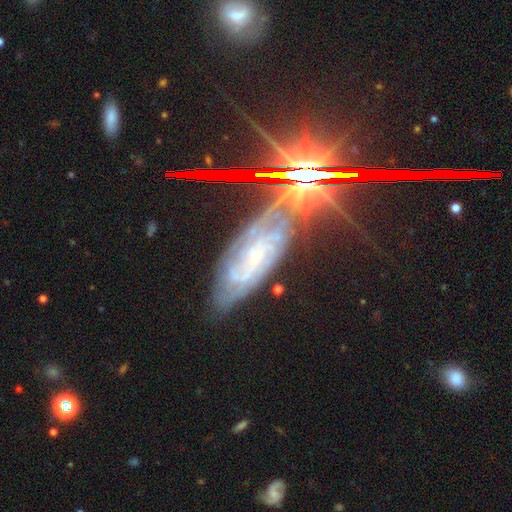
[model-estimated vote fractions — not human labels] featured or disk 69%, star or artifact 21%, smooth 10%. Down the decision tree: edge-on disk — no (85%); bar — no (55%); spiral arms — yes (94%); spiral arm count — can't tell (43%); spiral winding — tight (67%); bulge size — small (79%); merging — none (71%).